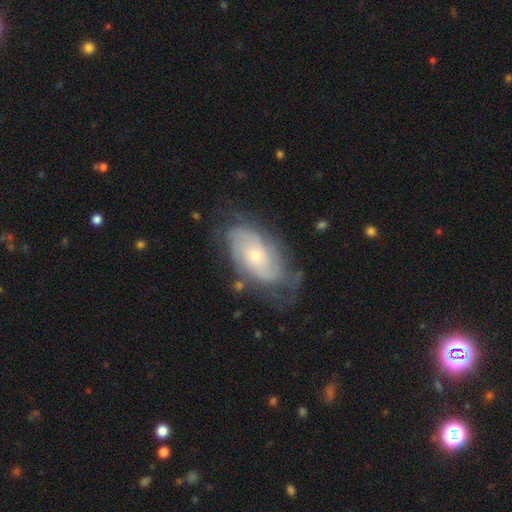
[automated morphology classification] A featured or disk galaxy (78%) with no bar (76%), tight (58%) spiral arms (91%) and a small central bulge (69%). Merging: none (62%).